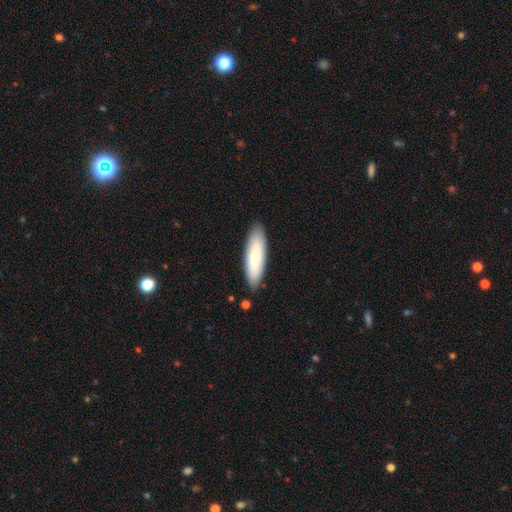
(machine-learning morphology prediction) Smooth or featured? smooth (83%)
How rounded? cigar-shaped (60%)
Merging? none (86%)